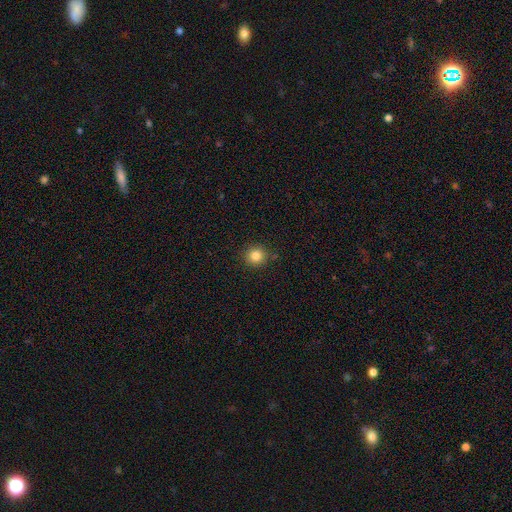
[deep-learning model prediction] Smooth or featured: smooth — 83% (star or artifact — 11%)
How rounded: round — 92% (in between — 7%)
Merging: none — 89% (minor disturbance — 7%)